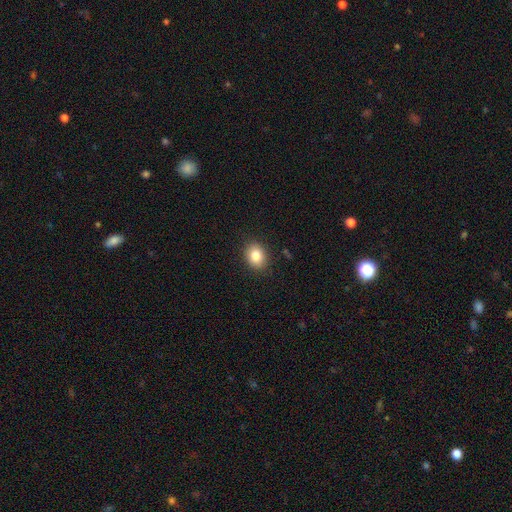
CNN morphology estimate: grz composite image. It shows a smooth galaxy with no disk features (84%) that is in between round and cigar-shaped (56%). Merging: none (88%).